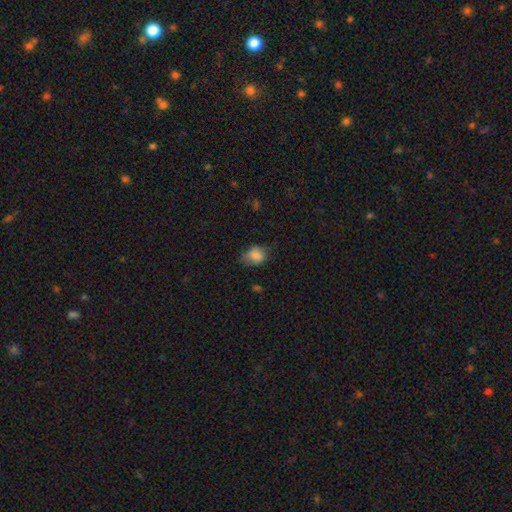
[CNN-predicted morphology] smooth_or_featured: smooth (p=0.81) [alt: featured or disk p=0.10]
how_rounded: in between (p=0.63) [alt: round p=0.35]
merging: none (p=0.59) [alt: minor disturbance p=0.30]